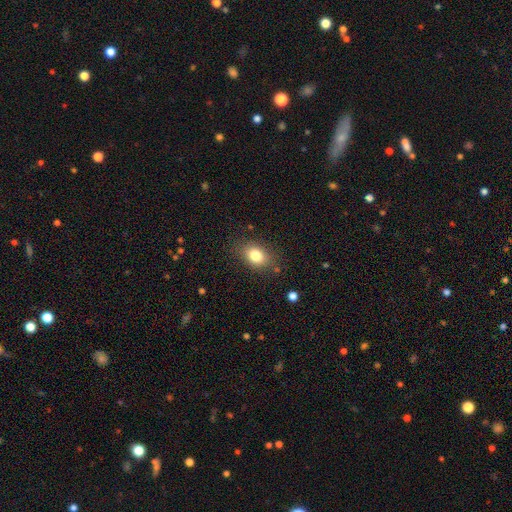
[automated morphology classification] type=smooth (81%); roundness=in between (73%); merging=none (81%).